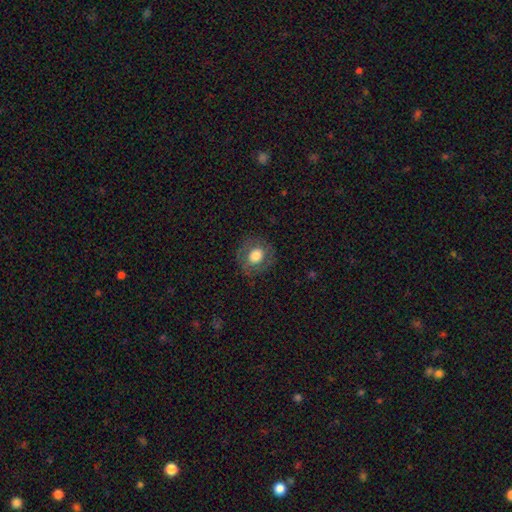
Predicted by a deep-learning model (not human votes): Q: Smooth or featured?
A: smooth (69%); runner-up: featured or disk (23%)
Q: How rounded?
A: round (79%); runner-up: in between (20%)
Q: Merging?
A: none (81%); runner-up: minor disturbance (12%)